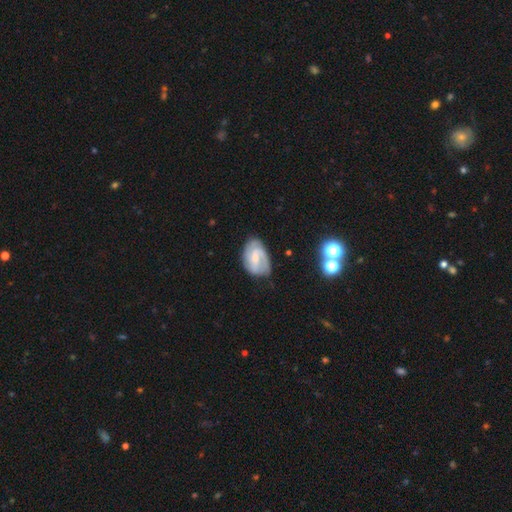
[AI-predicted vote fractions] Q: Smooth or featured?
A: featured or disk (71%); runner-up: smooth (22%)
Q: Edge-on disk?
A: no (97%); runner-up: yes (3%)
Q: Bar?
A: weak (54%); runner-up: no (26%)
Q: Spiral arms?
A: yes (91%); runner-up: no (9%)
Q: Spiral winding?
A: medium (44%); runner-up: tight (38%)
Q: Spiral arm count?
A: 2 (56%); runner-up: can't tell (19%)
Q: Bulge size?
A: small (51%); runner-up: moderate (32%)
Q: Merging?
A: none (65%); runner-up: minor disturbance (24%)